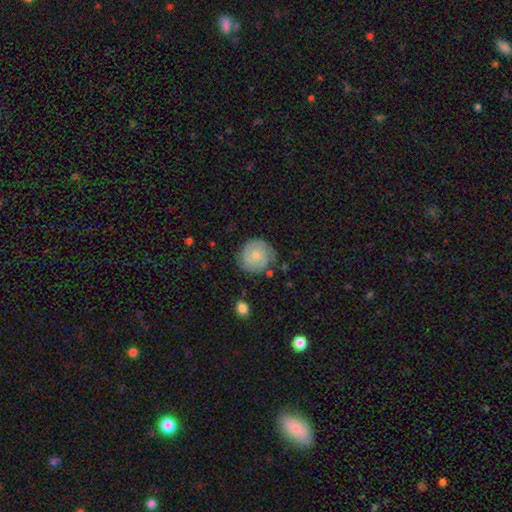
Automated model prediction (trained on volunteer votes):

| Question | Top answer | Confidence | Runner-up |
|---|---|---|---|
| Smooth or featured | featured or disk | 61% | smooth (33%) |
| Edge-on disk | no | 98% | yes (2%) |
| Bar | no | 75% | weak (22%) |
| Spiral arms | yes | 90% | no (10%) |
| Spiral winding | tight | 67% | medium (26%) |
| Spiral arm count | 2 | 48% | can't tell (26%) |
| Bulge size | small | 62% | moderate (28%) |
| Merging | none | 73% | minor disturbance (19%) |